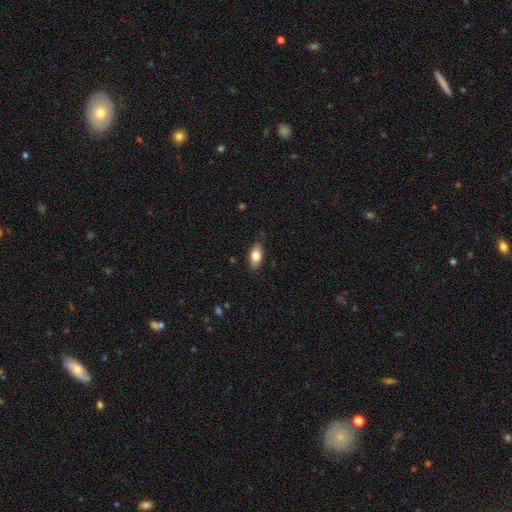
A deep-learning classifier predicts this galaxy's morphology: This appears to be a smooth galaxy with no disk features (79%) that is in between round and cigar-shaped (90%). Merging: none (82%).